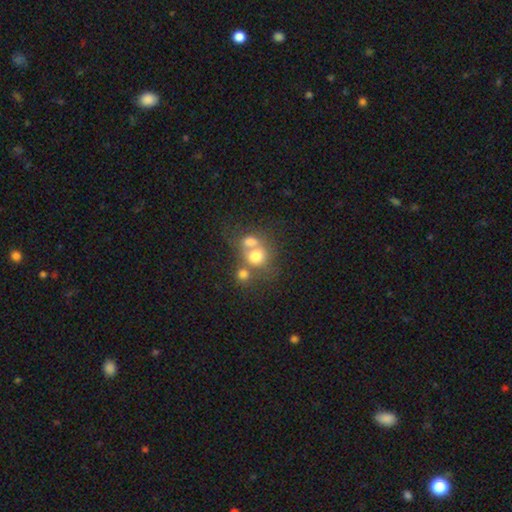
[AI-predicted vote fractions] Smooth or featured? smooth (67%)
How rounded? round (71%)
Merging? merger (59%)